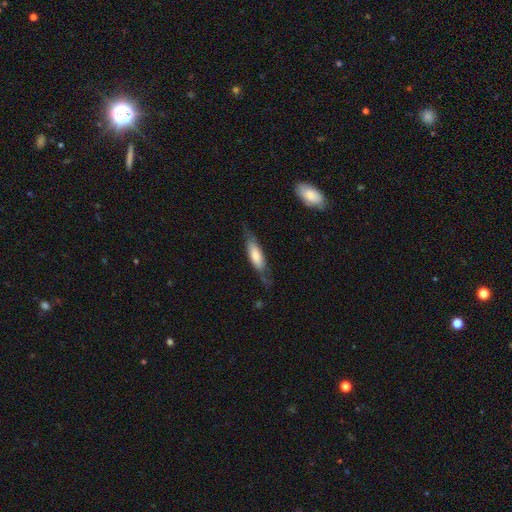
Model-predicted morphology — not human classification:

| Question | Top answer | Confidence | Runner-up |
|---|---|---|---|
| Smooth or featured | smooth | 59% | featured or disk (35%) |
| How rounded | cigar-shaped | 51% | in between (47%) |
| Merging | none | 66% | minor disturbance (23%) |